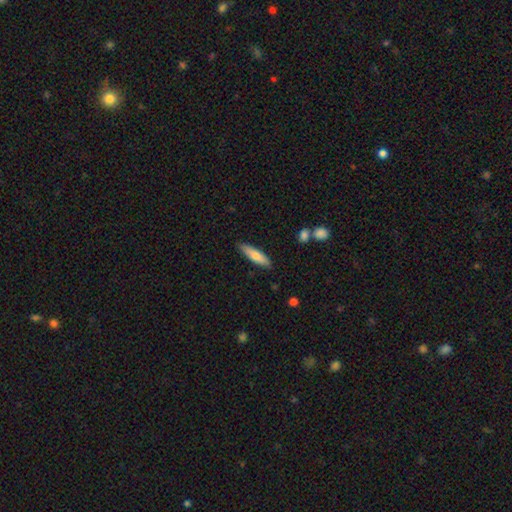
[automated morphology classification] A smooth galaxy with no disk features (71%) that is cigar-shaped (71%).

Vote fractions:
- Smooth or featured? smooth: 71% / featured or disk: 23% / star or artifact: 6%
- How rounded? cigar-shaped: 71% / in between: 28% / round: 2%
- Merging? none: 87% / minor disturbance: 9% / major disturbance: 2% / merger: 2%